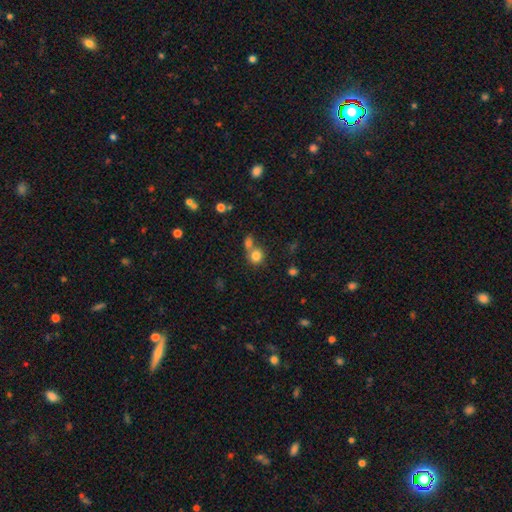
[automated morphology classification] smooth_or_featured: smooth (p=0.80) [alt: star or artifact p=0.12]
how_rounded: round (p=0.84) [alt: in between p=0.15]
merging: none (p=0.48) [alt: merger p=0.40]